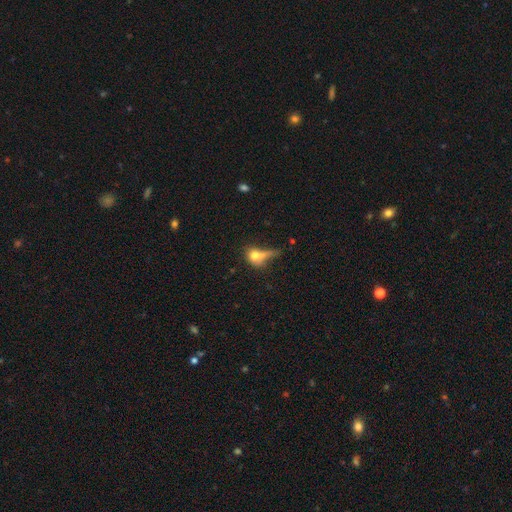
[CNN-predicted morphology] Overall: smooth (67%). How rounded: in between (47%; round 45%). Merging: major disturbance (31%; merger 26%).